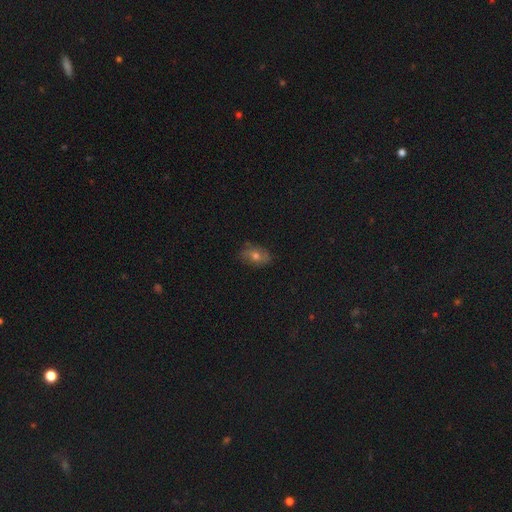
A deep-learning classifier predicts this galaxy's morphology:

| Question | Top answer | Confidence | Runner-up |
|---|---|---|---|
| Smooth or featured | smooth | 55% | featured or disk (30%) |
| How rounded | in between | 73% | round (25%) |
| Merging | none | 77% | minor disturbance (17%) |